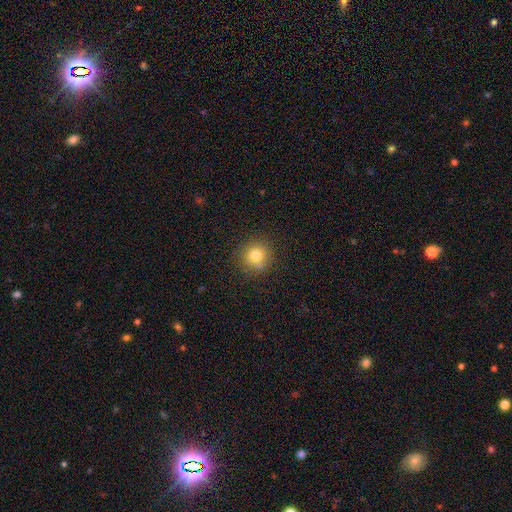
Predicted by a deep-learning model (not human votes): Smooth or featured?
  - smooth: 79% *
  - star or artifact: 13%
  - featured or disk: 8%
How rounded?
  - round: 91% *
  - in between: 8%
  - cigar-shaped: 1%
Merging?
  - none: 80% *
  - minor disturbance: 11%
  - merger: 6%
  - major disturbance: 3%